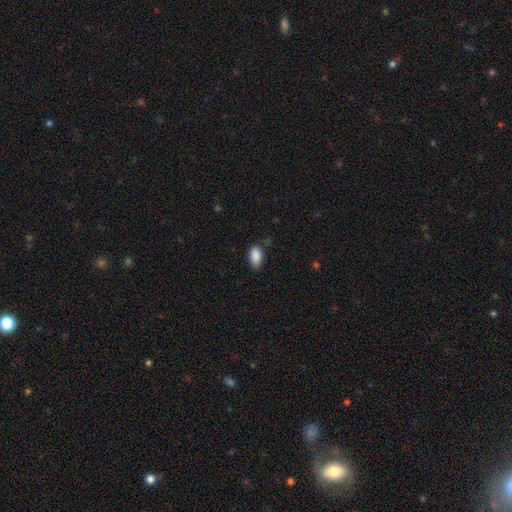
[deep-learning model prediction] Overall: smooth (89%). How rounded: in between (92%). Merging: none (71%).